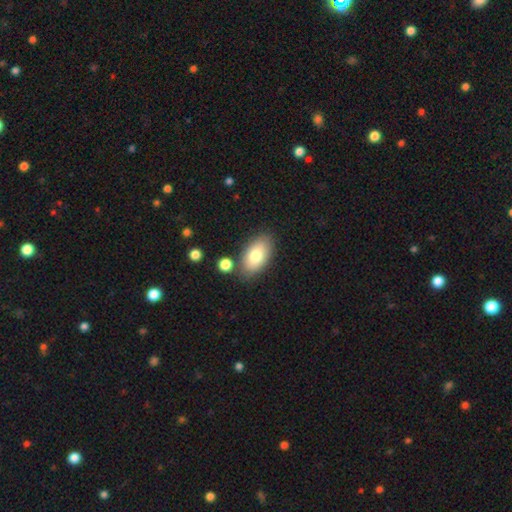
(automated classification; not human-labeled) This is likely a smooth galaxy (79%). How rounded: clearly in between (93%). Merging: likely none (79%).